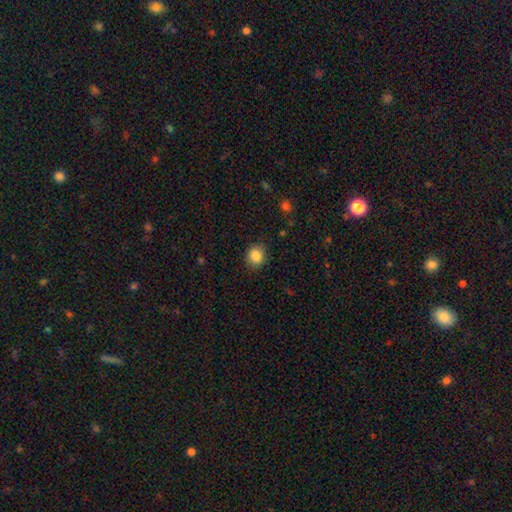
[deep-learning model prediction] Smooth or featured?
  - smooth: 86% *
  - star or artifact: 10%
  - featured or disk: 4%
How rounded?
  - round: 71% *
  - in between: 28%
  - cigar-shaped: 1%
Merging?
  - none: 86% *
  - minor disturbance: 10%
  - major disturbance: 3%
  - merger: 1%